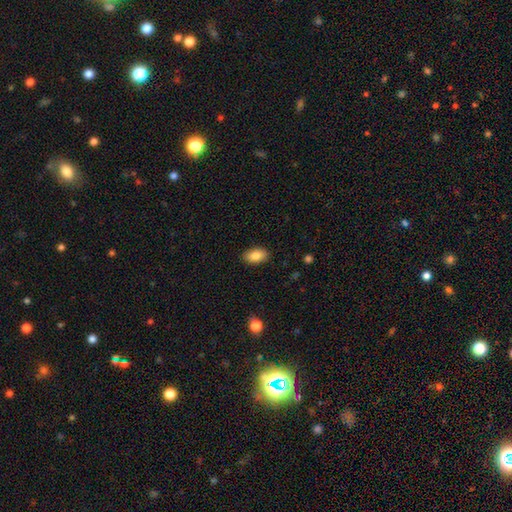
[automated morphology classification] Smooth or featured: smooth — 85% (star or artifact — 7%)
How rounded: in between — 91% (round — 6%)
Merging: none — 88% (minor disturbance — 9%)